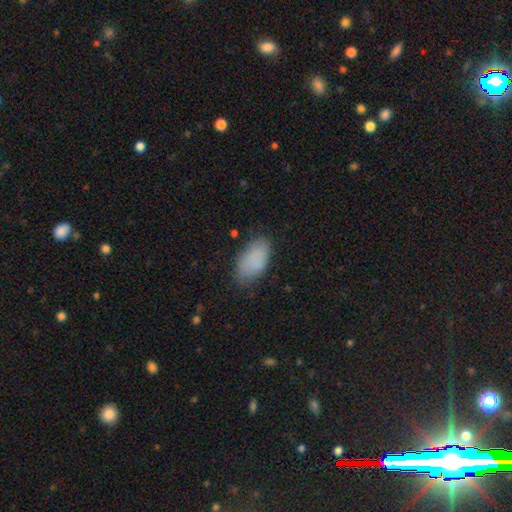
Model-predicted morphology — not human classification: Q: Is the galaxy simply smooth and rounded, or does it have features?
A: smooth — 86%.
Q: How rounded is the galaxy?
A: in between — 94%.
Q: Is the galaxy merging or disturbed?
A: none — 76%.